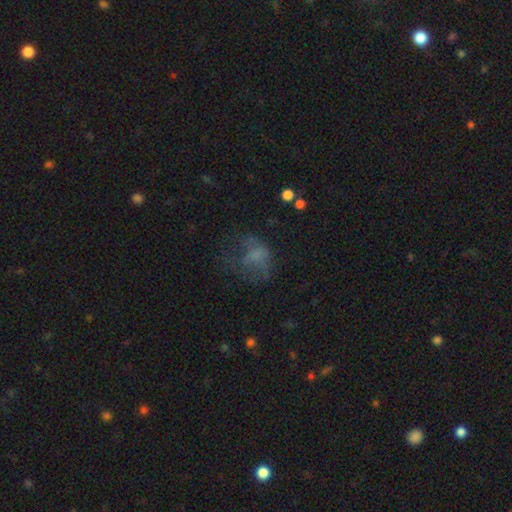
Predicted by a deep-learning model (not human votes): This is possibly a smooth galaxy (51%). How rounded: possibly in between (50%). Merging: marginally major disturbance (42%).